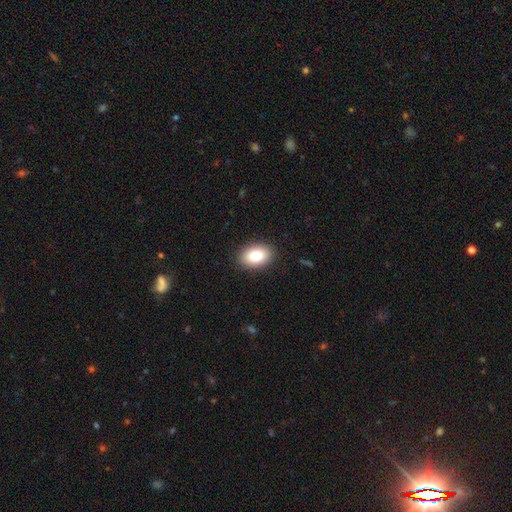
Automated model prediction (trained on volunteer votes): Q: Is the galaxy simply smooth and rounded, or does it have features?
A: smooth — 82%.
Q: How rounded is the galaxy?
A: in between — 84%.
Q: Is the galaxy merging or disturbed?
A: none — 90%.